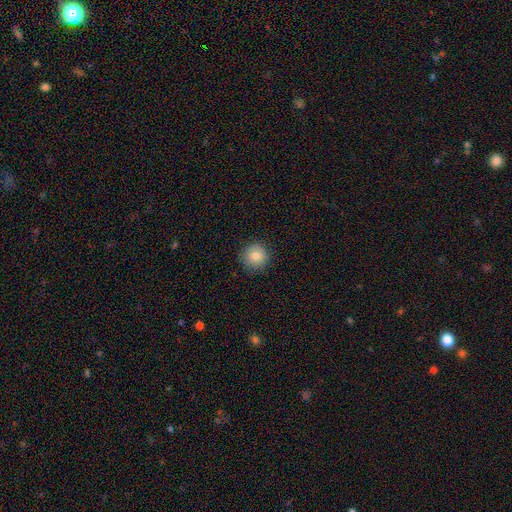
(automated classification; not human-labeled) Q: Smooth or featured?
A: smooth (81%); runner-up: star or artifact (10%)
Q: How rounded?
A: round (94%); runner-up: in between (5%)
Q: Merging?
A: none (90%); runner-up: minor disturbance (7%)